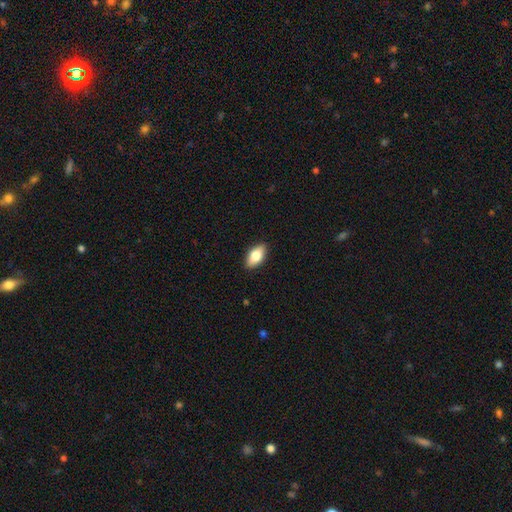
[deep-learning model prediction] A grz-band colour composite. It shows a smooth galaxy with no disk features (76%) that is in between round and cigar-shaped (90%). Merging: none (89%).